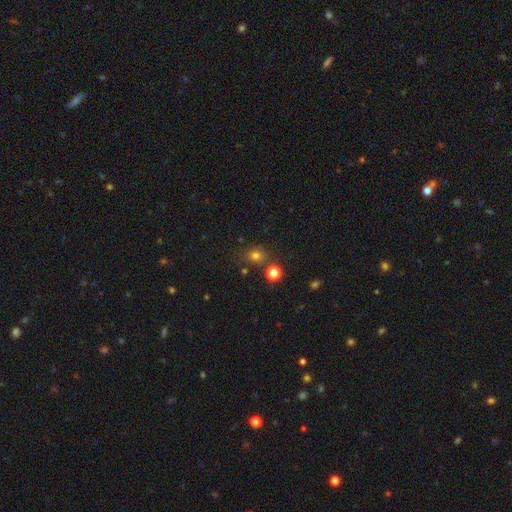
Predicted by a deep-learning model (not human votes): Q: Smooth or featured?
A: smooth (74%); runner-up: star or artifact (19%)
Q: How rounded?
A: round (74%); runner-up: in between (25%)
Q: Merging?
A: none (73%); runner-up: minor disturbance (12%)